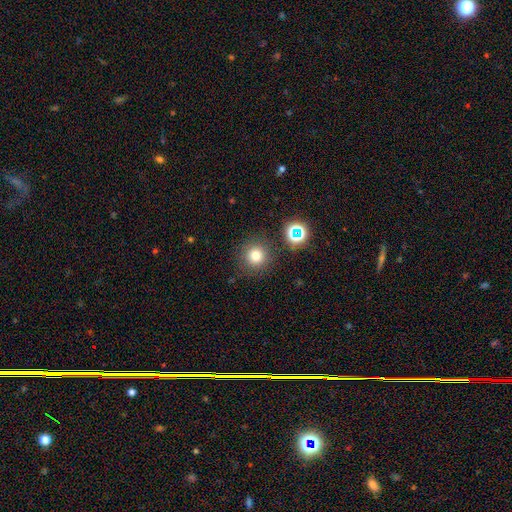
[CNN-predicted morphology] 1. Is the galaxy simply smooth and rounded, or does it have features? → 77% smooth, 16% star or artifact, 7% featured or disk.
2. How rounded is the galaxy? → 95% round, 4% in between, 1% cigar-shaped.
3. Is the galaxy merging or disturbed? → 86% none, 8% minor disturbance, 4% merger, 3% major disturbance.